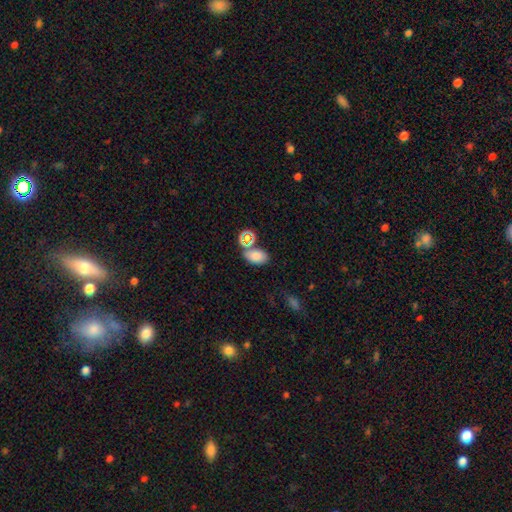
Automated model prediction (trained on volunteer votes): Smooth or featured? smooth (79%)
How rounded? in between (87%)
Merging? none (67%)